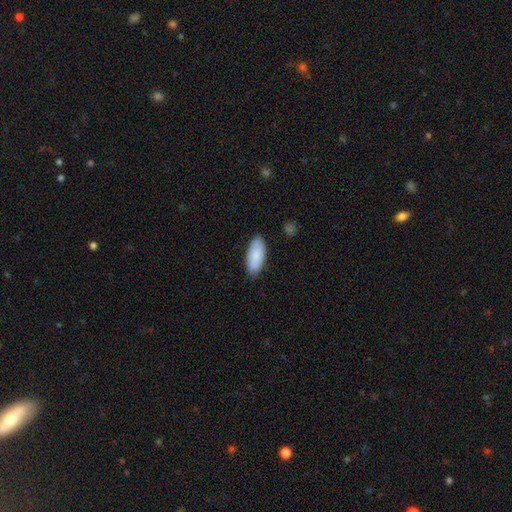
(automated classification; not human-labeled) Smooth or featured? Predicted: smooth (p=0.87). How rounded? Predicted: in between (p=0.88). Merging? Predicted: none (p=0.83).